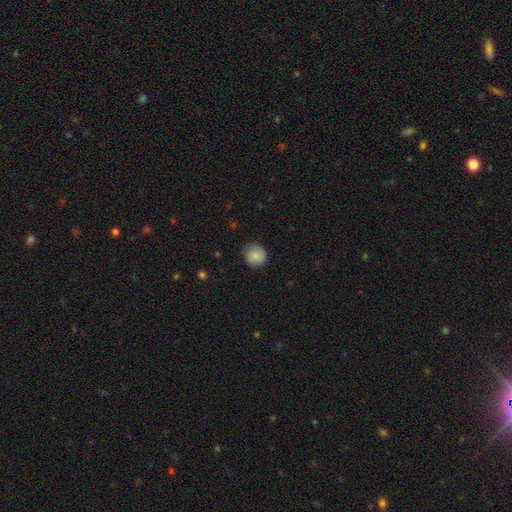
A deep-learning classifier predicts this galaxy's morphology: Smooth or featured? Predicted: smooth (p=0.85). How rounded? Predicted: round (p=0.88). Merging? Predicted: none (p=0.82).